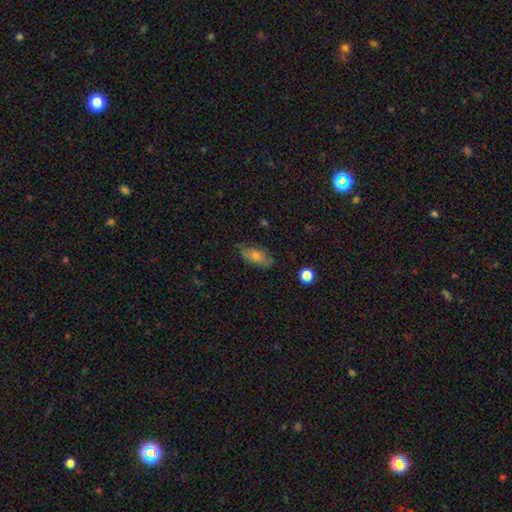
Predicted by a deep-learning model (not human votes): Smooth or featured? smooth (60%)
How rounded? in between (79%)
Merging? none (73%)